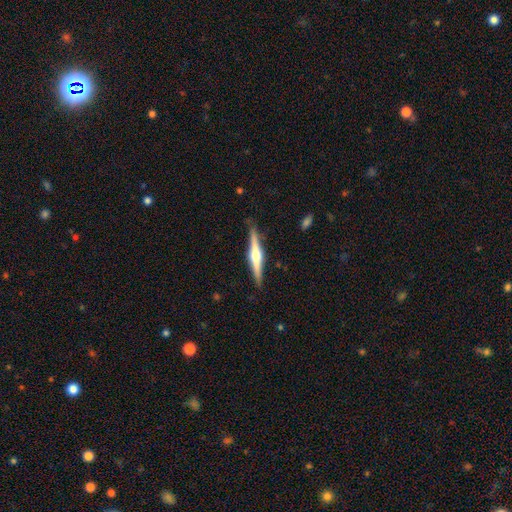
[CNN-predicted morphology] Smooth or featured: featured or disk — 73% (smooth — 22%)
Edge-on disk: yes — 98% (no — 2%)
Edge-on bulge: rounded — 90% (boxy — 7%)
Merging: none — 87% (minor disturbance — 10%)